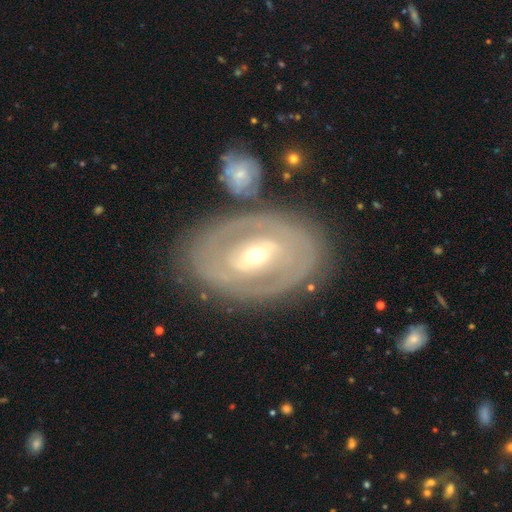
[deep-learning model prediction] Morphology: type=featured or disk (77%); edge-on=no (93%); bar=weak (39%); spiral arms=yes (54%); bulge=moderate (56%); merging=none (75%).